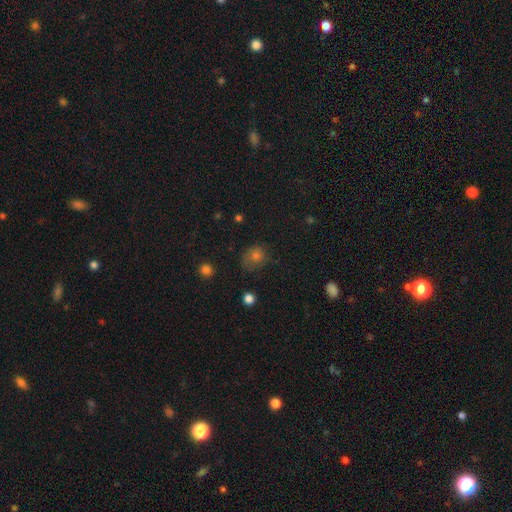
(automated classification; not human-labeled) Smooth or featured?
  - smooth: 68% *
  - star or artifact: 18%
  - featured or disk: 13%
How rounded?
  - round: 68% *
  - in between: 31%
  - cigar-shaped: 1%
Merging?
  - none: 55% *
  - minor disturbance: 27%
  - major disturbance: 15%
  - merger: 2%